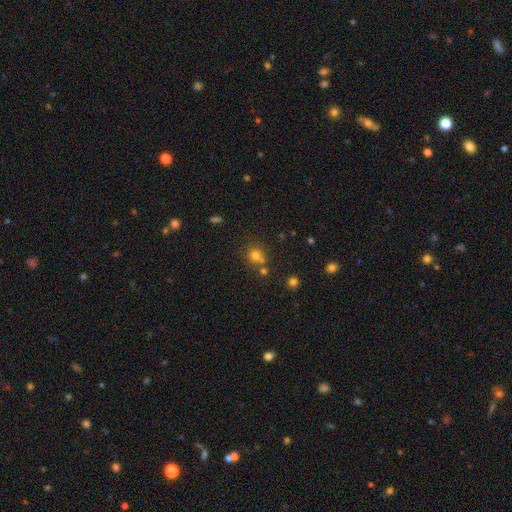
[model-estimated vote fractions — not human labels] smooth_or_featured: smooth (p=0.73) [alt: star or artifact p=0.18]
how_rounded: round (p=0.88) [alt: in between p=0.11]
merging: none (p=0.59) [alt: merger p=0.29]